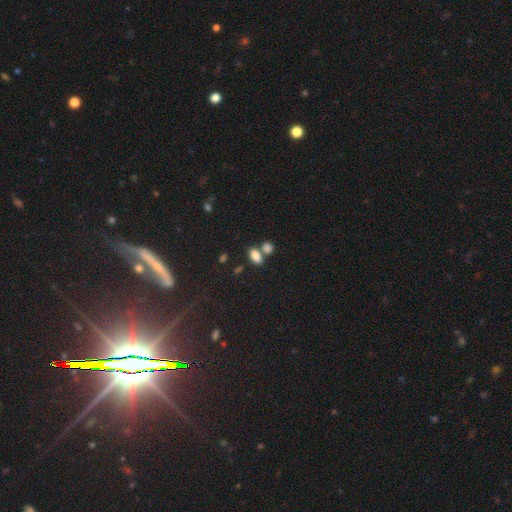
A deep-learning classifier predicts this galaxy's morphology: smooth 82%, star or artifact 10%, featured or disk 7%. Down the decision tree: how rounded — in between (87%); merging — none (48%).